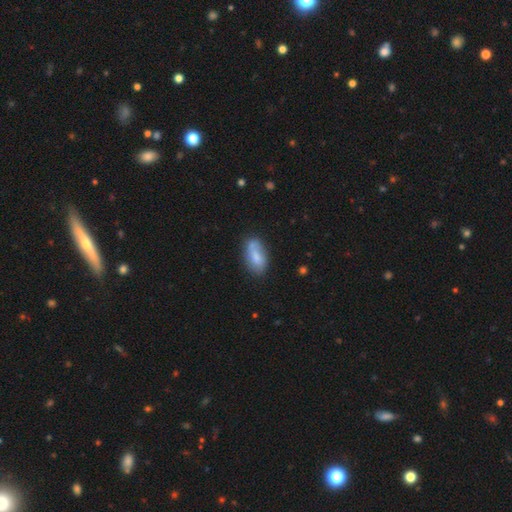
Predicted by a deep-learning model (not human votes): Smooth or featured? smooth (72%)
How rounded? in between (89%)
Merging? none (61%)